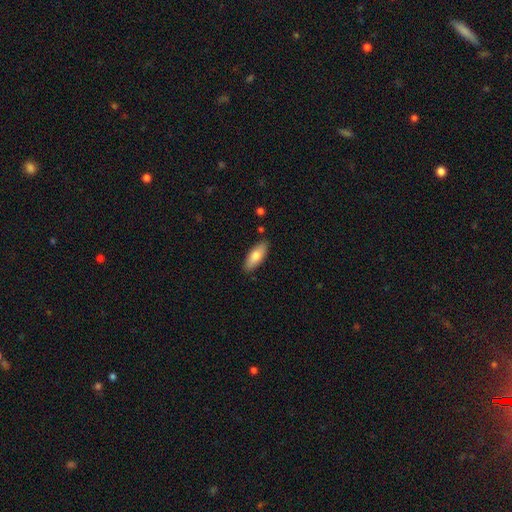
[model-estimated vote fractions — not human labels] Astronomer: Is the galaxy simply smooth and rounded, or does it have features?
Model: smooth — 77%.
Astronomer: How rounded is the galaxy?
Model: in between — 76%.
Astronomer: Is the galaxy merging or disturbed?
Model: none — 85%.